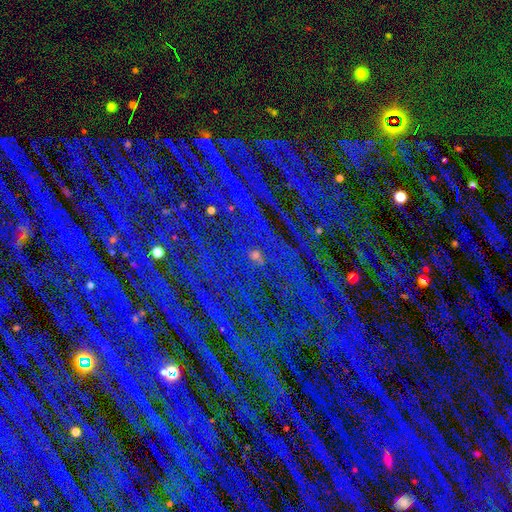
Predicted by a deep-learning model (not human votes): Q: Smooth or featured?
A: star or artifact (81%); runner-up: smooth (10%)